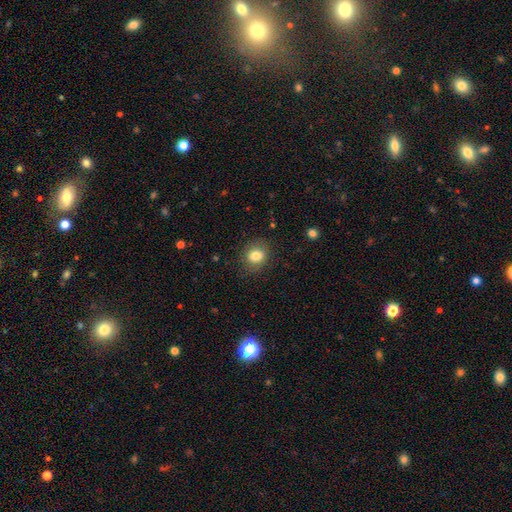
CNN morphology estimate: This appears to be a smooth galaxy with no disk features (81%) that is round (62%). Merging: none (83%).